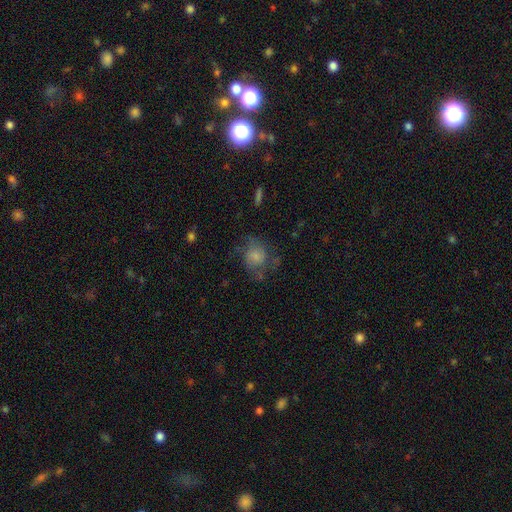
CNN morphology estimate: Q: Smooth or featured?
A: smooth (57%); runner-up: featured or disk (32%)
Q: How rounded?
A: round (65%); runner-up: in between (33%)
Q: Merging?
A: none (49%); runner-up: major disturbance (24%)